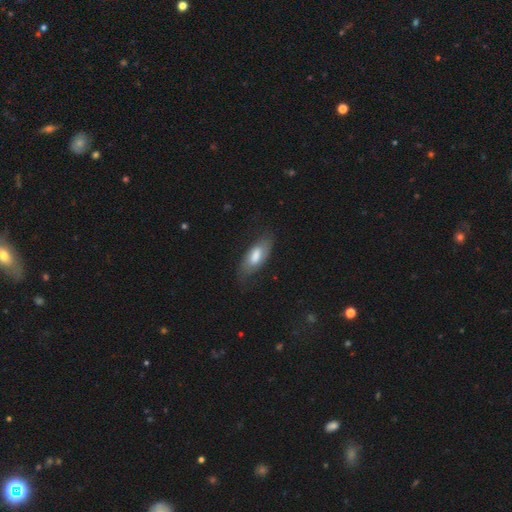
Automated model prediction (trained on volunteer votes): smooth-or-featured: smooth: 61% | featured or disk: 31% | star or artifact: 8%
  how-rounded: in between: 78% | cigar-shaped: 20% | round: 3%
  merging: none: 69% | minor disturbance: 22% | major disturbance: 8% | merger: 1%